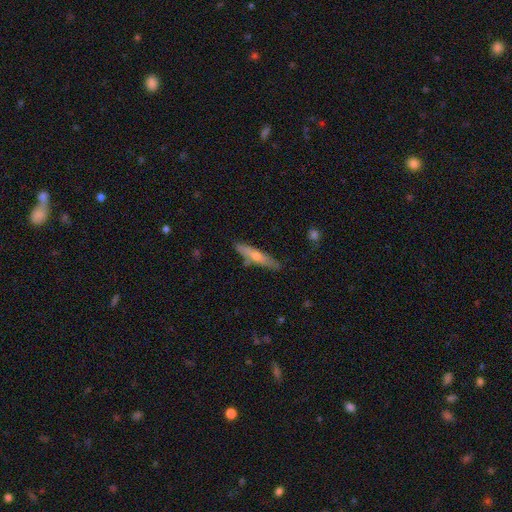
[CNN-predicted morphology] type=smooth (48%); merging=none (82%).